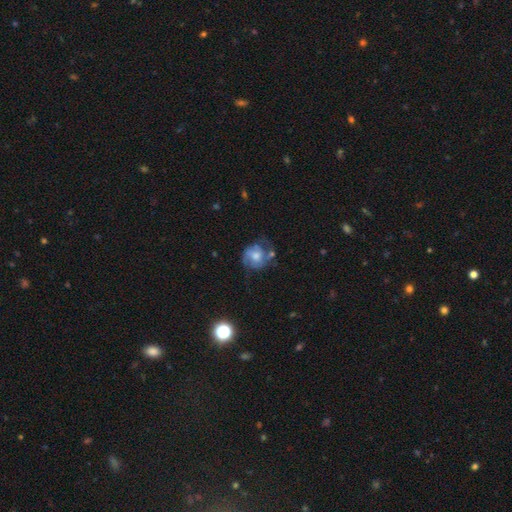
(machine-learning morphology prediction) smooth-or-featured: featured or disk: 55% | smooth: 36% | star or artifact: 8%
  disk-edge-on: no: 97% | yes: 3%
    bar: no: 68% | weak: 27% | strong: 5%
    has-spiral-arms: yes: 76% | no: 24%
    bulge-size: moderate: 57% | small: 19% | large: 17% | none: 5% | dominant: 2%
  merging: none: 44% | minor disturbance: 26% | major disturbance: 23% | merger: 7%